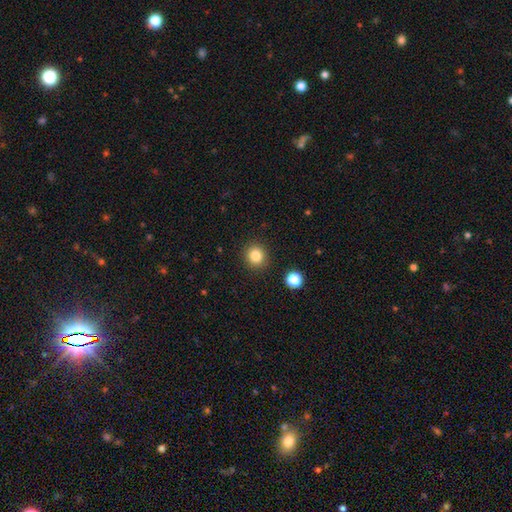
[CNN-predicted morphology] Smooth or featured?
  - smooth: 83% *
  - star or artifact: 12%
  - featured or disk: 6%
How rounded?
  - round: 90% *
  - in between: 9%
  - cigar-shaped: 1%
Merging?
  - none: 90% *
  - minor disturbance: 6%
  - major disturbance: 2%
  - merger: 2%